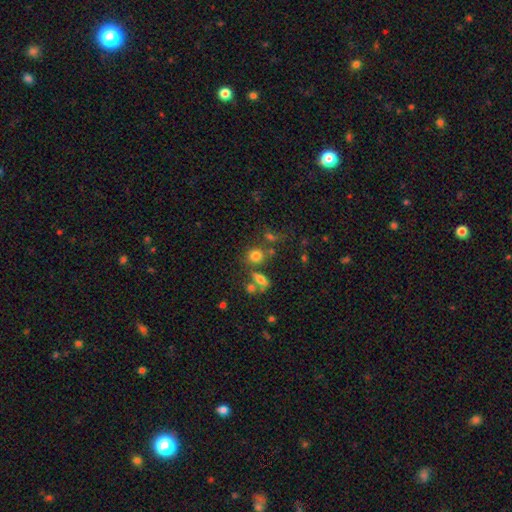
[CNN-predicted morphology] Smooth or featured?
  - smooth: 75% *
  - star or artifact: 15%
  - featured or disk: 10%
How rounded?
  - round: 71% *
  - in between: 27%
  - cigar-shaped: 2%
Merging?
  - none: 61% *
  - merger: 21%
  - minor disturbance: 12%
  - major disturbance: 6%